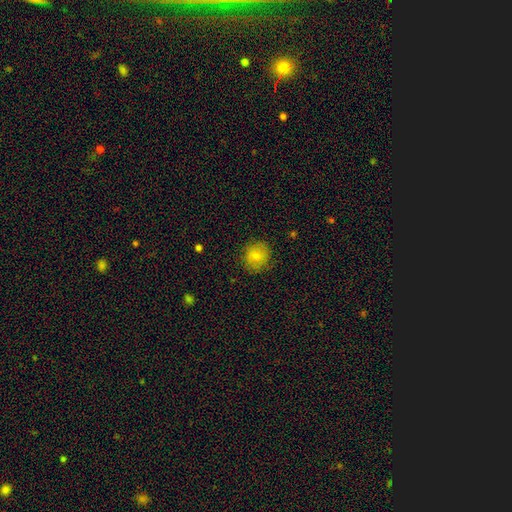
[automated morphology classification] Smooth or featured: smooth — 74% (featured or disk — 14%)
How rounded: round — 88% (in between — 11%)
Merging: none — 84% (minor disturbance — 12%)